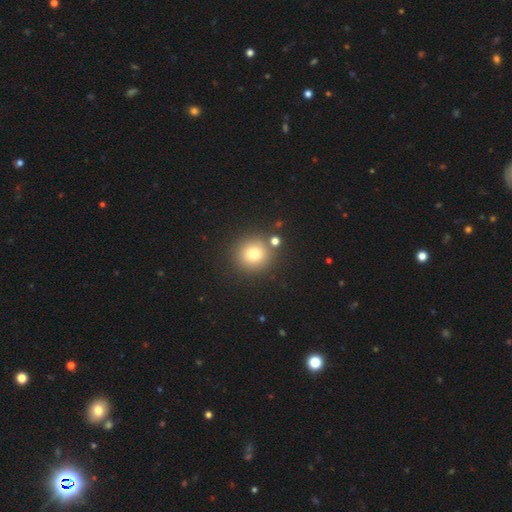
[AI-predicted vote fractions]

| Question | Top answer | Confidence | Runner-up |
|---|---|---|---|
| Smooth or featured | smooth | 77% | star or artifact (13%) |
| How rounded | round | 91% | in between (8%) |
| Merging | none | 82% | merger (8%) |